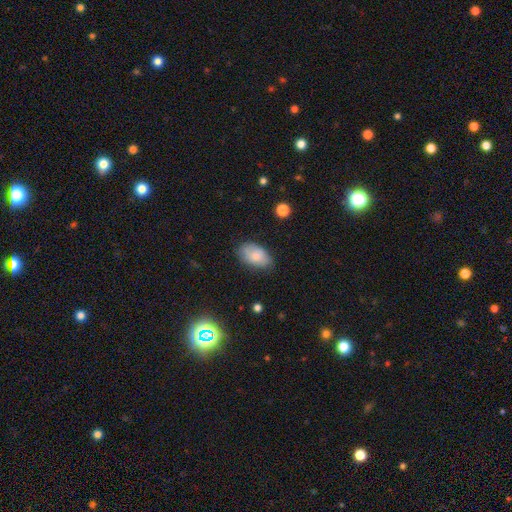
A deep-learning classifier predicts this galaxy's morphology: Q: Smooth or featured?
A: smooth (78%); runner-up: featured or disk (14%)
Q: How rounded?
A: in between (92%); runner-up: round (6%)
Q: Merging?
A: none (72%); runner-up: minor disturbance (22%)